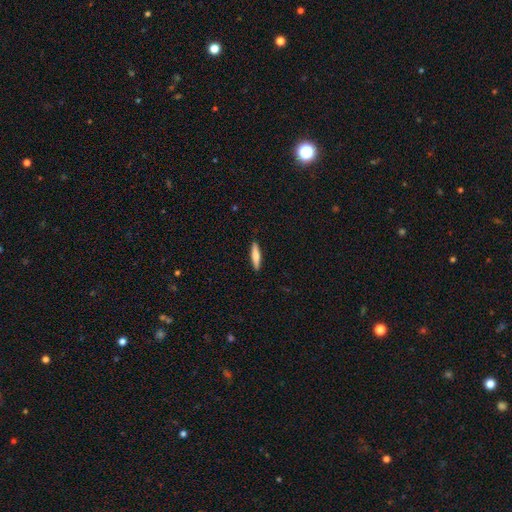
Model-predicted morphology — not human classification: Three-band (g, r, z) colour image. It shows a smooth galaxy with no disk features (66%) that is cigar-shaped (83%). Merging: none (91%).